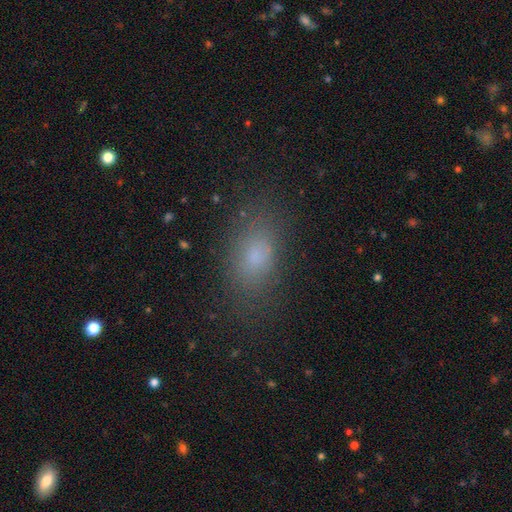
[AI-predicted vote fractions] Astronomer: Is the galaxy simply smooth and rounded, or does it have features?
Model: smooth — 77%.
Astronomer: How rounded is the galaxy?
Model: in between — 84%.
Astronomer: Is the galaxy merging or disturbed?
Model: none — 80%.